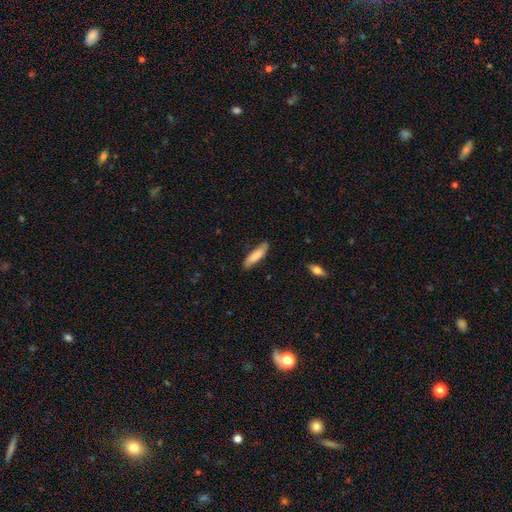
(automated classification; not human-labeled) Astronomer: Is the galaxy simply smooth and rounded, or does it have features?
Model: smooth — 78%.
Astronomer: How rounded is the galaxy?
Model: cigar-shaped — 67%.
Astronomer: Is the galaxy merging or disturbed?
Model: none — 78%.